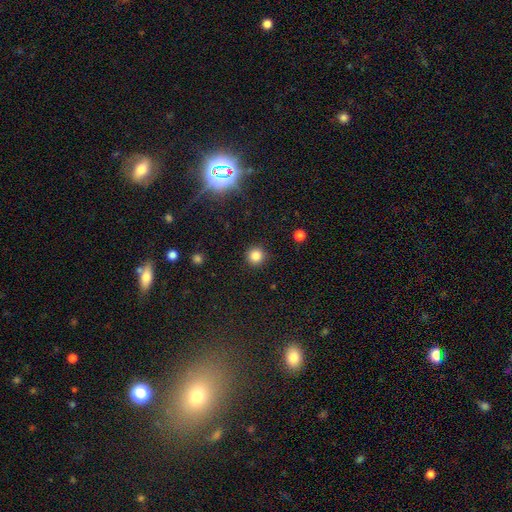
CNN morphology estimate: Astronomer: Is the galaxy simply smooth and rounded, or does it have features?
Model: smooth — 83%.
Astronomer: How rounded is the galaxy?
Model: round — 95%.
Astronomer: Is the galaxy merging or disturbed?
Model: none — 91%.